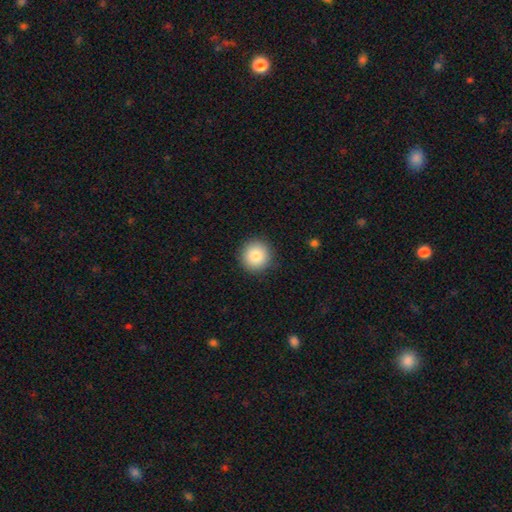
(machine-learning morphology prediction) Q: Smooth or featured?
A: smooth (84%); runner-up: star or artifact (9%)
Q: How rounded?
A: round (94%); runner-up: in between (5%)
Q: Merging?
A: none (91%); runner-up: minor disturbance (6%)